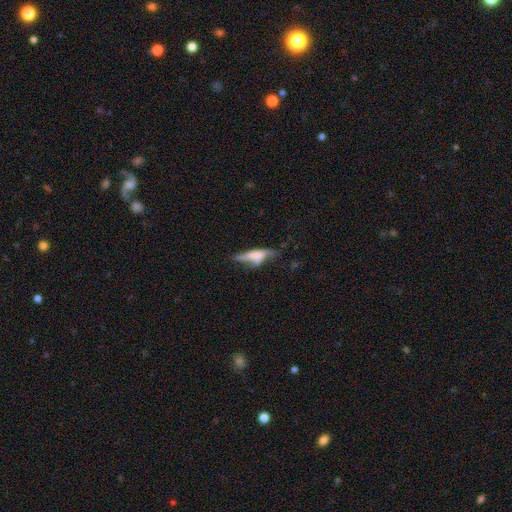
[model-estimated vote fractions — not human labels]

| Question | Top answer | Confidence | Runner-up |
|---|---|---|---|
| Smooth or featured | smooth | 50% | featured or disk (41%) |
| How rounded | cigar-shaped | 75% | in between (23%) |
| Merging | none | 41% | minor disturbance (23%) |